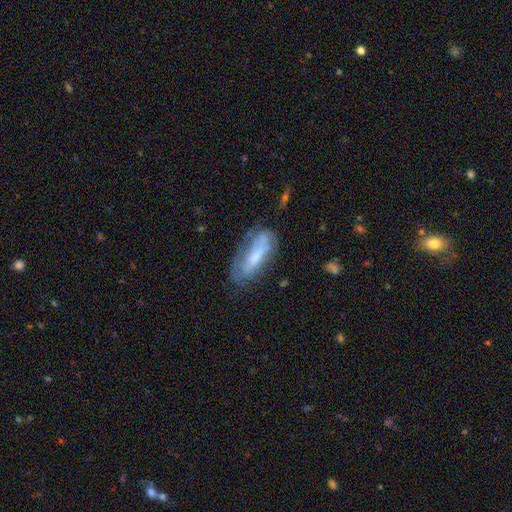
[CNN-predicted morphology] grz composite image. It shows a featured or disk galaxy (47%). Merging: none (58%).